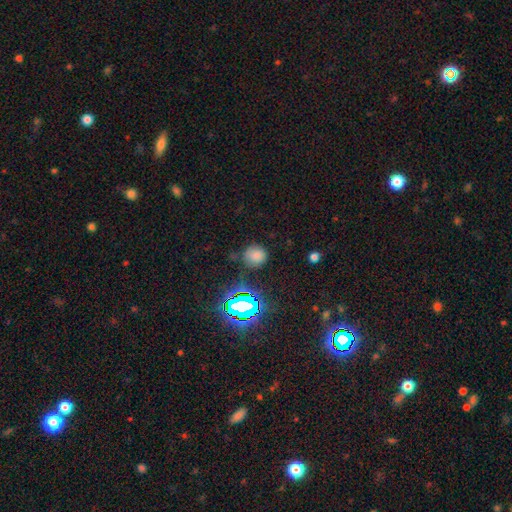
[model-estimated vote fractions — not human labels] Smooth or featured?
  - smooth: 70% *
  - star or artifact: 23%
  - featured or disk: 7%
How rounded?
  - round: 84% *
  - in between: 15%
  - cigar-shaped: 1%
Merging?
  - none: 76% *
  - minor disturbance: 15%
  - major disturbance: 5%
  - merger: 4%